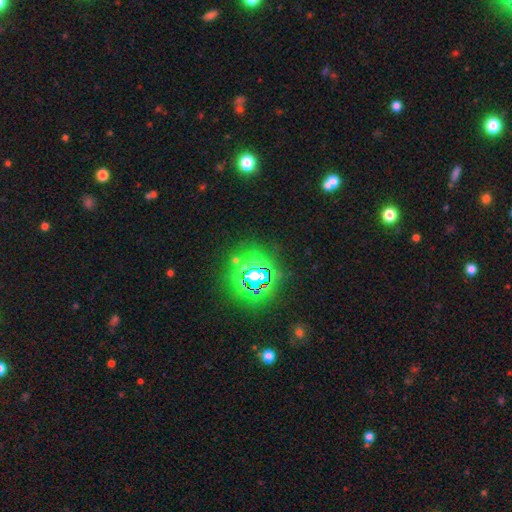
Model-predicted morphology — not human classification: smooth-or-featured: star or artifact: 81% | smooth: 12% | featured or disk: 7%